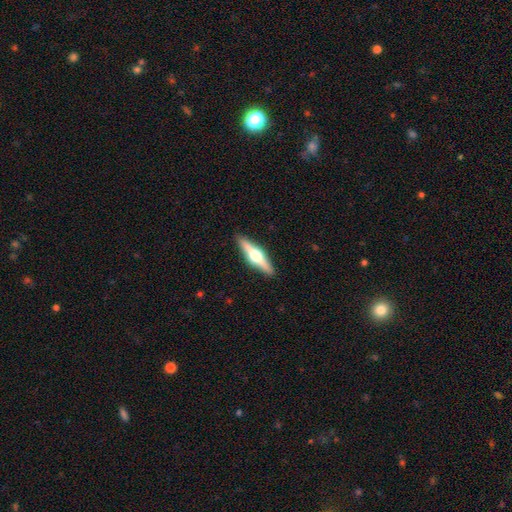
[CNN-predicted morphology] type=featured or disk (69%); edge-on=yes (97%); edge-on bulge=rounded (96%); merging=none (91%).